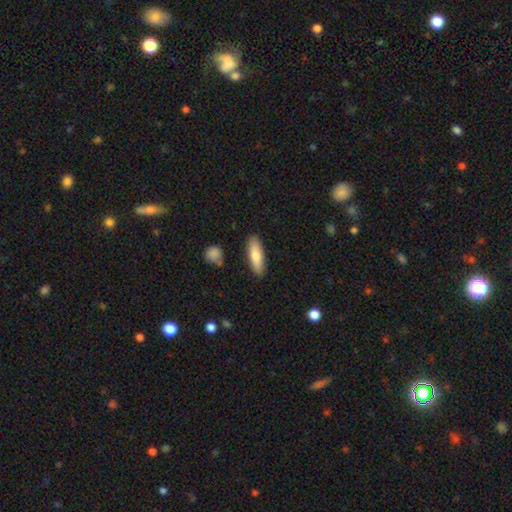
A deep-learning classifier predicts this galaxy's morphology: A smooth galaxy with no disk features (74%) that is cigar-shaped (59%).

Vote fractions:
- Smooth or featured? smooth: 74% / featured or disk: 20% / star or artifact: 6%
- How rounded? cigar-shaped: 59% / in between: 39% / round: 2%
- Merging? none: 87% / minor disturbance: 9% / major disturbance: 2% / merger: 2%